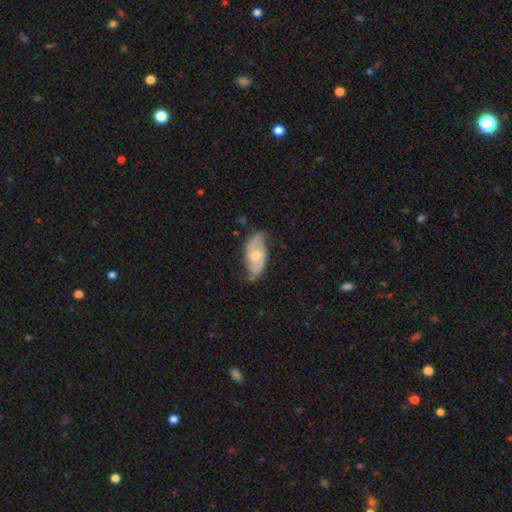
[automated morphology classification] A featured or disk galaxy (72%) with no bar (61%), 2 (85%) medium (45%) spiral arms (90%) and a moderate central bulge (59%). Merging: none (67%).